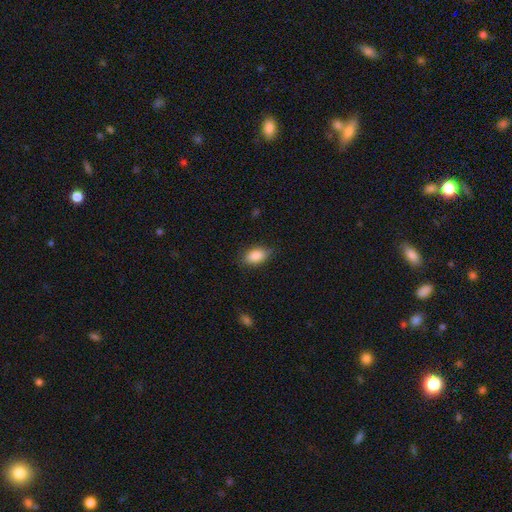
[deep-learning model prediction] Smooth or featured?
  - smooth: 88% *
  - star or artifact: 7%
  - featured or disk: 5%
How rounded?
  - in between: 90% *
  - round: 7%
  - cigar-shaped: 3%
Merging?
  - none: 80% *
  - minor disturbance: 16%
  - major disturbance: 3%
  - merger: 1%